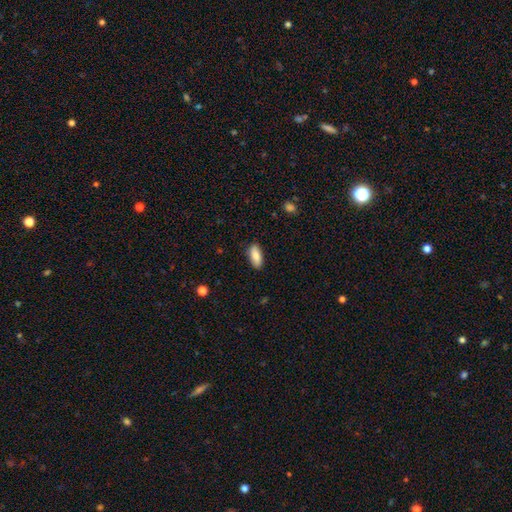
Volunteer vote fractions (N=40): Q: Smooth or featured?
A: smooth (85%); runner-up: star or artifact (10%)
Q: How rounded?
A: in between (74%); runner-up: cigar-shaped (24%)
Q: Merging?
A: none (94%); runner-up: minor disturbance (3%)